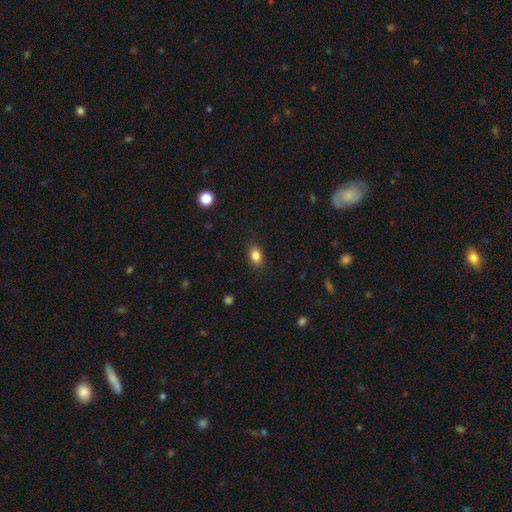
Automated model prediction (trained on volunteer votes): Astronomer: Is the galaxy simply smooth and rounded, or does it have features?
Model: smooth — 85%.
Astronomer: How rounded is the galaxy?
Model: in between — 78%.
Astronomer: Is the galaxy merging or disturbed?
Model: none — 87%.